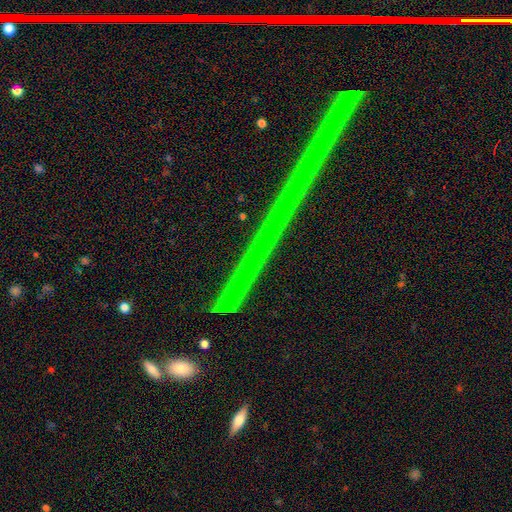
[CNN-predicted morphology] Smooth or featured?
  - star or artifact: 73% *
  - featured or disk: 17%
  - smooth: 10%